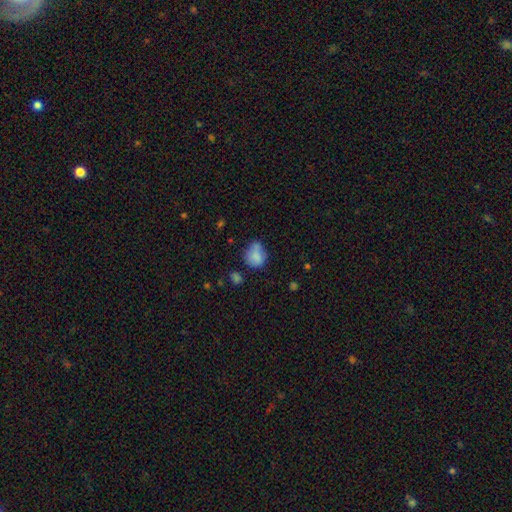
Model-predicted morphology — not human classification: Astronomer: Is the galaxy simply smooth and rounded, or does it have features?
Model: smooth — 78%.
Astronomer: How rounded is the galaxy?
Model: round — 53% (runner-up: in between, 46%).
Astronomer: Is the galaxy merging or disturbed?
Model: none — 46% (runner-up: minor disturbance, 33%).